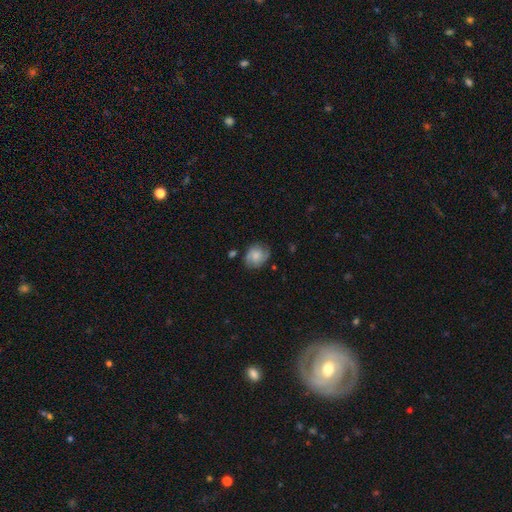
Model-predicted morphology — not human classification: featured or disk 49%, smooth 43%, star or artifact 9%. Down the decision tree: merging — none (72%).